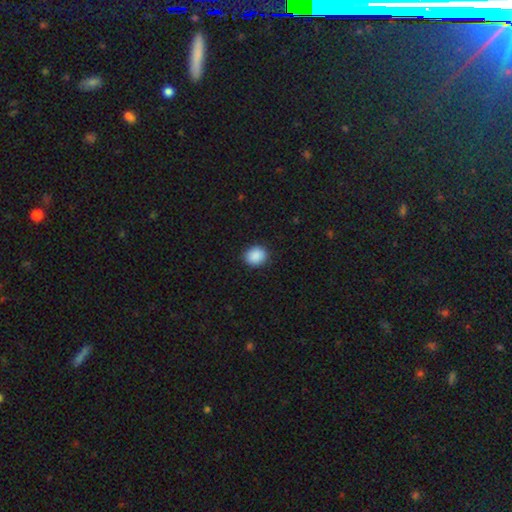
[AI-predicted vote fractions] Smooth or featured? smooth (90%)
How rounded? round (72%)
Merging? none (89%)